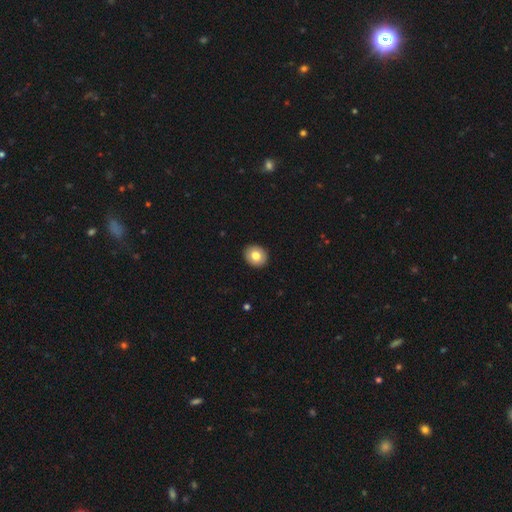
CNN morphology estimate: A smooth galaxy with no disk features (79%) that is round (74%). Merging: none (92%).